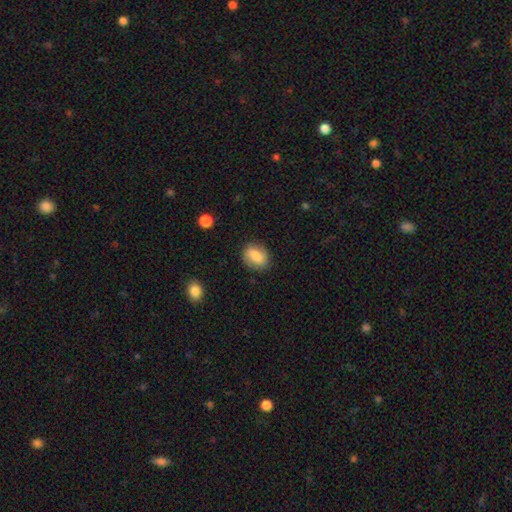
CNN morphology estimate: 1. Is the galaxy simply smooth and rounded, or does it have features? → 75% smooth, 17% featured or disk, 8% star or artifact.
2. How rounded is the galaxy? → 65% in between, 34% round, 2% cigar-shaped.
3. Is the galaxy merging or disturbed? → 82% none, 13% minor disturbance, 4% major disturbance, 1% merger.